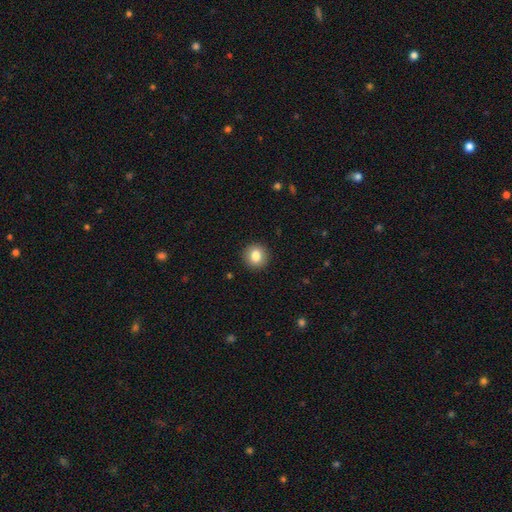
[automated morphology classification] Smooth or featured: smooth — 83% (star or artifact — 9%)
How rounded: round — 91% (in between — 8%)
Merging: none — 92% (minor disturbance — 5%)